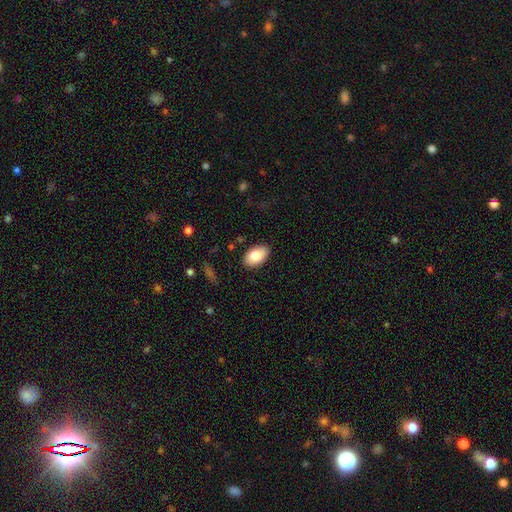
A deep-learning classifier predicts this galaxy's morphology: This appears to be a smooth galaxy with no disk features (83%) that is in between round and cigar-shaped (93%). Merging: none (86%).